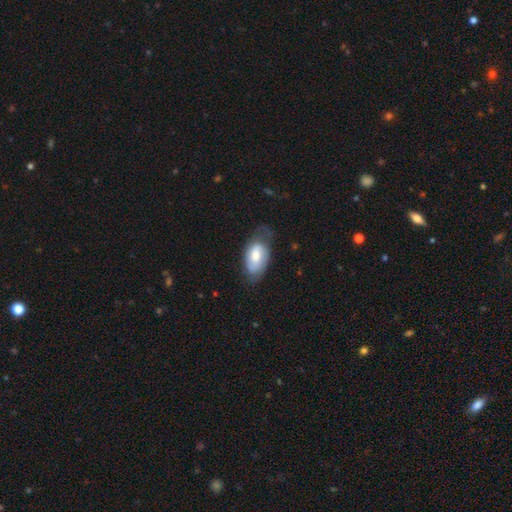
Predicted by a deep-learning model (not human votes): Smooth or featured?
  - smooth: 61% *
  - featured or disk: 33%
  - star or artifact: 6%
How rounded?
  - in between: 93% *
  - round: 4%
  - cigar-shaped: 2%
Merging?
  - none: 50% *
  - minor disturbance: 33%
  - major disturbance: 15%
  - merger: 2%